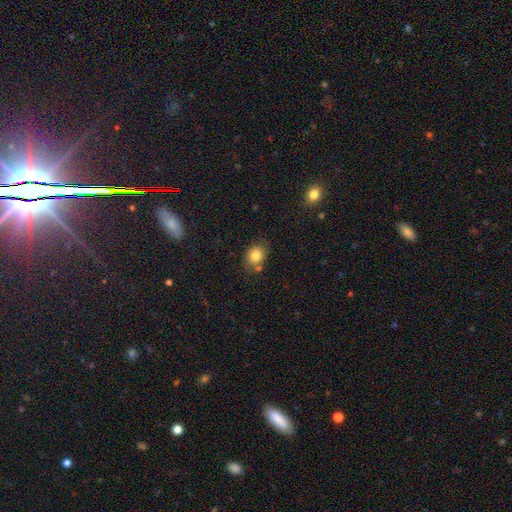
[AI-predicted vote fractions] Morphology: type=smooth (81%); roundness=round (60%); merging=none (72%).